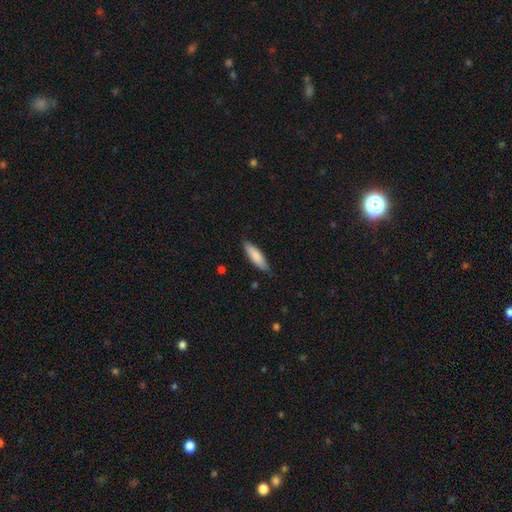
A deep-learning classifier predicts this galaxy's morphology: A smooth galaxy with no disk features (82%) that is cigar-shaped (54%).

Vote fractions:
- Smooth or featured? smooth: 82% / featured or disk: 12% / star or artifact: 5%
- How rounded? cigar-shaped: 54% / in between: 44% / round: 1%
- Merging? none: 82% / minor disturbance: 15% / major disturbance: 2% / merger: 1%